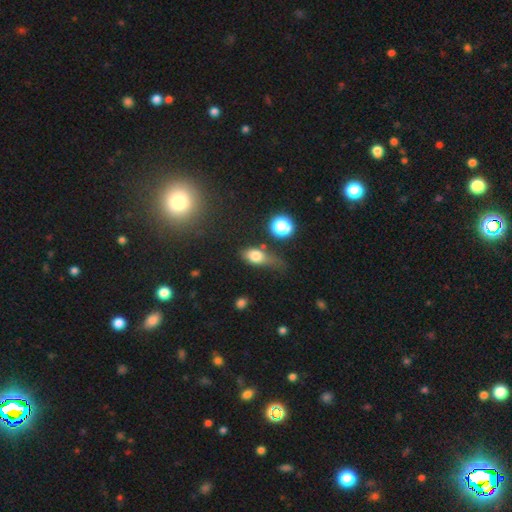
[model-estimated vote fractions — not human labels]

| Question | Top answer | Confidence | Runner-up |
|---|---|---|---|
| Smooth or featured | smooth | 74% | featured or disk (13%) |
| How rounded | in between | 73% | round (21%) |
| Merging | minor disturbance | 35% | none (33%) |